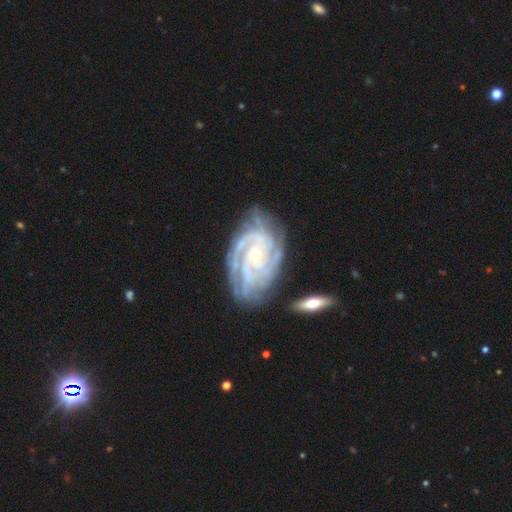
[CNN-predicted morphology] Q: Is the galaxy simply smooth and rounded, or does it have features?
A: featured or disk — 92%.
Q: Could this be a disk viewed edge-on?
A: no — 97%.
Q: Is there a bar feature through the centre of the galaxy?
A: no — 67%.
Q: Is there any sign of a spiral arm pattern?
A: yes — 98%.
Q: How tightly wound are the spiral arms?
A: tight — 73%.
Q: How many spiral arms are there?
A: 3 — 32%.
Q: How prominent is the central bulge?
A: small — 75%.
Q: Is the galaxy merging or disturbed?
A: none — 68%.